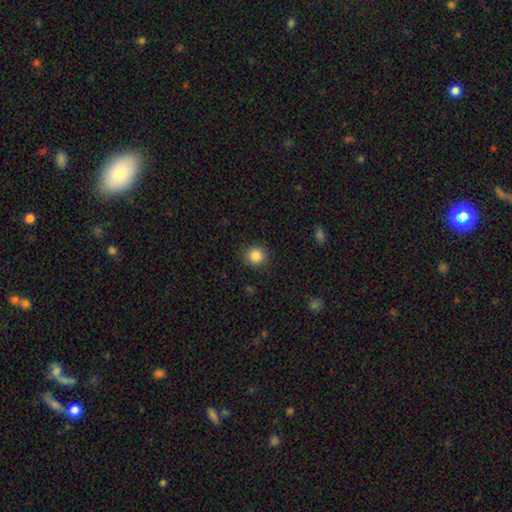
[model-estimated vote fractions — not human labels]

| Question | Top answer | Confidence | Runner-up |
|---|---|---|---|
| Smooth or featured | smooth | 86% | star or artifact (10%) |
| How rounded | round | 89% | in between (10%) |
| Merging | none | 86% | minor disturbance (10%) |